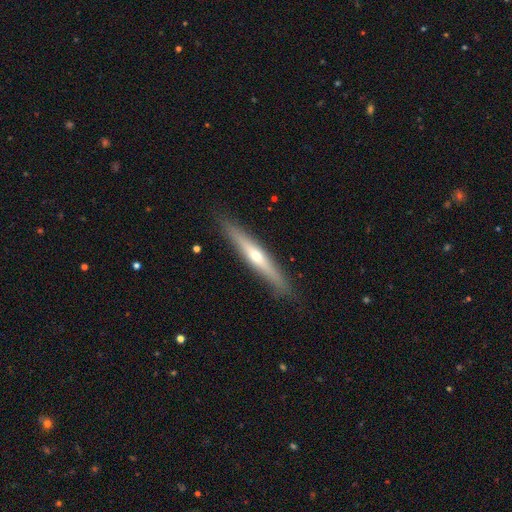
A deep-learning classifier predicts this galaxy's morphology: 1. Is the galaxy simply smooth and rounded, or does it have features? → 60% featured or disk, 34% smooth, 6% star or artifact.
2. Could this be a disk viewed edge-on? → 94% yes, 6% no.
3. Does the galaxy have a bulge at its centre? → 81% rounded, 16% none, 3% boxy.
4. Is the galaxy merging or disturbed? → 89% none, 8% minor disturbance, 2% major disturbance, 1% merger.